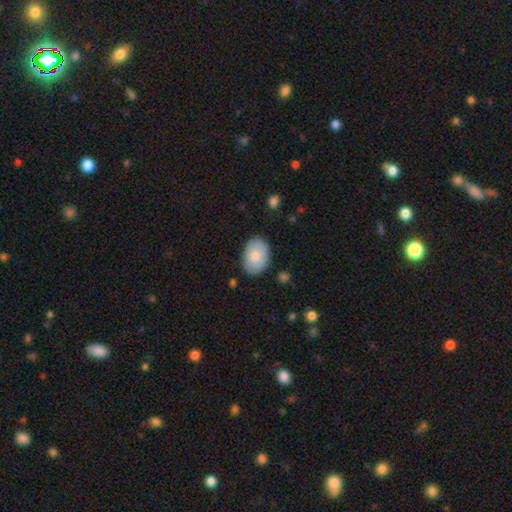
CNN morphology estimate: smooth-or-featured: smooth: 82% | featured or disk: 12% | star or artifact: 6%
  how-rounded: in between: 83% | round: 16% | cigar-shaped: 1%
  merging: none: 82% | minor disturbance: 14% | major disturbance: 3% | merger: 2%